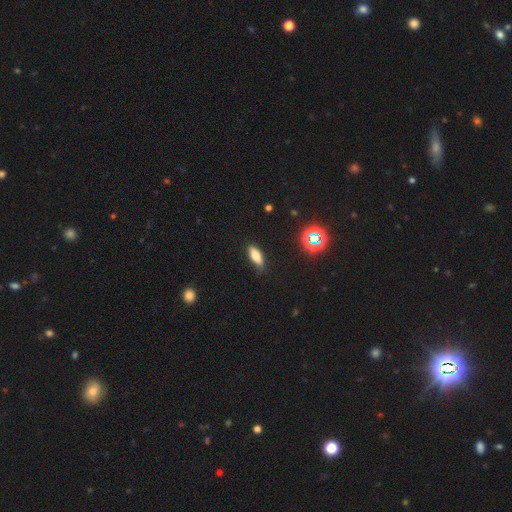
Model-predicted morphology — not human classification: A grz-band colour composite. It shows a smooth galaxy with no disk features (70%) that is in between round and cigar-shaped (59%). Merging: none (81%).